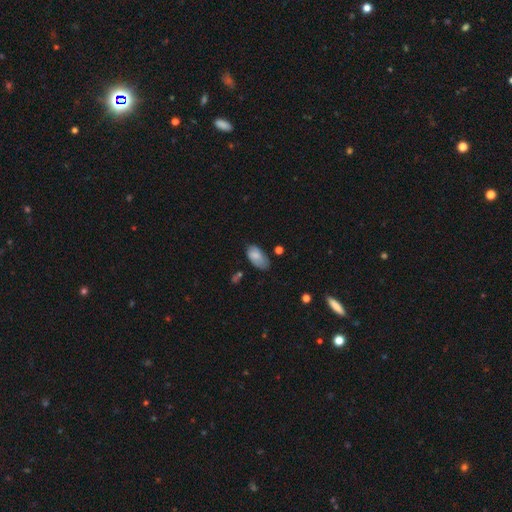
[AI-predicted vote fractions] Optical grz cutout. It shows a smooth galaxy with no disk features (76%) that is in between round and cigar-shaped (94%). Merging: none (61%).